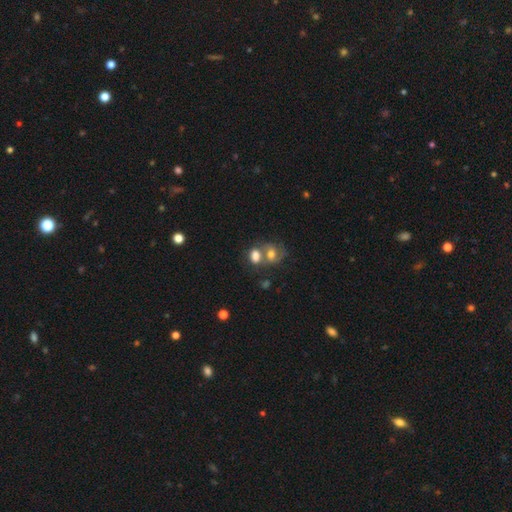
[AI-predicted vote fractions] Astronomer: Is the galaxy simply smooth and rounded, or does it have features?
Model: smooth — 68%.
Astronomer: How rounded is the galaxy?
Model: in between — 64%.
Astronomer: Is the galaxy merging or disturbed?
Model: merger — 59%.